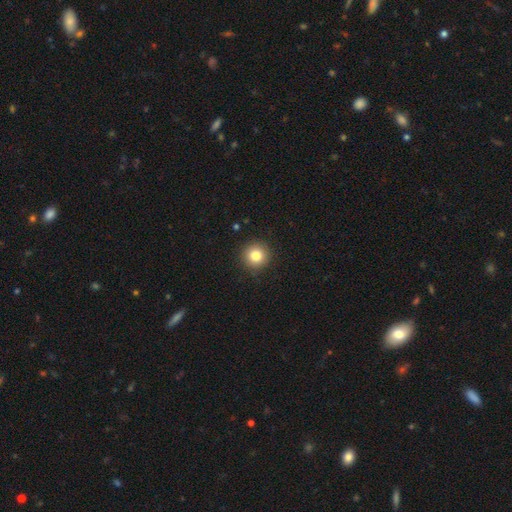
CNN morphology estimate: The model was most divided on "smooth or featured": smooth: 82%, star or artifact: 11%, featured or disk: 7%. More confident: how rounded — round (95%); merging — none (91%).